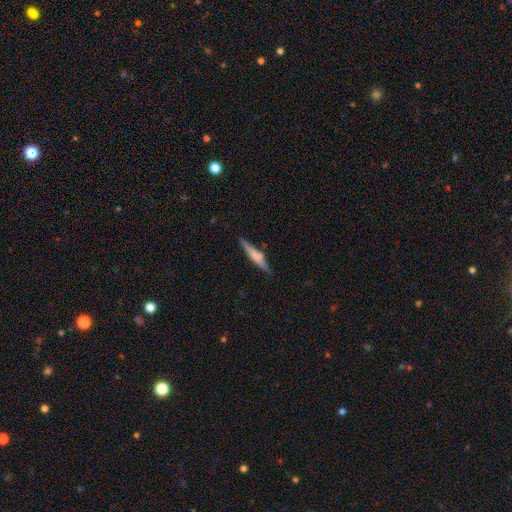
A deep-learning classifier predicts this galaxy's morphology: A smooth galaxy with no disk features (51%) that is cigar-shaped (90%).

Vote fractions:
- Smooth or featured? smooth: 51% / featured or disk: 43% / star or artifact: 6%
- How rounded? cigar-shaped: 90% / in between: 8% / round: 2%
- Merging? none: 82% / minor disturbance: 12% / merger: 3% / major disturbance: 3%